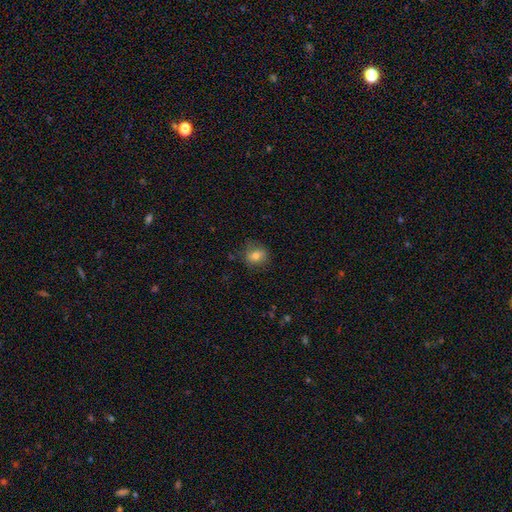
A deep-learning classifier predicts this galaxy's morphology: A smooth galaxy with no disk features (76%) that is round (66%).

Vote fractions:
- Smooth or featured? smooth: 76% / featured or disk: 14% / star or artifact: 11%
- How rounded? round: 66% / in between: 33% / cigar-shaped: 1%
- Merging? none: 75% / minor disturbance: 18% / major disturbance: 6% / merger: 1%